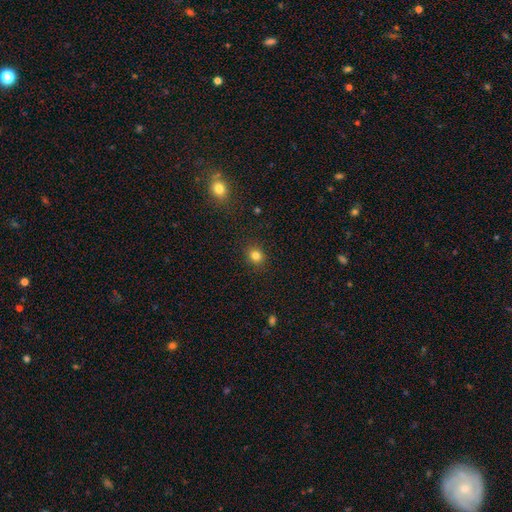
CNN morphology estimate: A smooth galaxy with no disk features (82%) that is round (75%).

Vote fractions:
- Smooth or featured? smooth: 82% / star or artifact: 13% / featured or disk: 5%
- How rounded? round: 75% / in between: 24% / cigar-shaped: 1%
- Merging? none: 89% / minor disturbance: 8% / major disturbance: 2% / merger: 1%